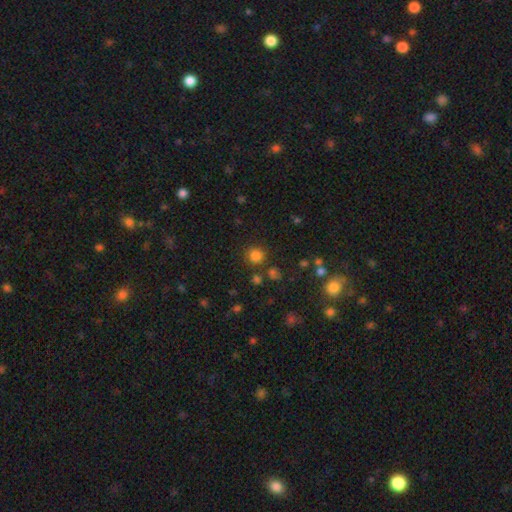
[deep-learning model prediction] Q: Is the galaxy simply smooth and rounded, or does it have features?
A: smooth — 80%.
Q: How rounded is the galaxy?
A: round — 92%.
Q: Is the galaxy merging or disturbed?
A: none — 83%.